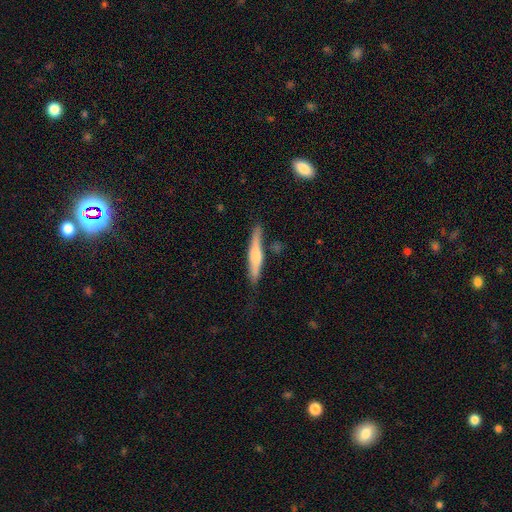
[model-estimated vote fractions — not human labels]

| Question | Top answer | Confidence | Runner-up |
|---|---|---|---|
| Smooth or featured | smooth | 50% | featured or disk (44%) |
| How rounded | cigar-shaped | 89% | in between (9%) |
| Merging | none | 73% | minor disturbance (18%) |